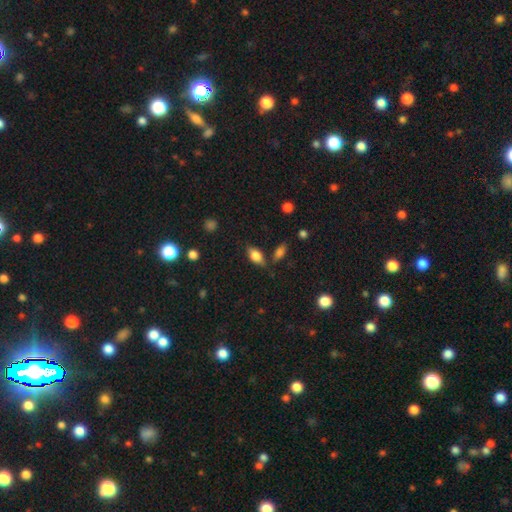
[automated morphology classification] A smooth galaxy with no disk features (77%) that is in between round and cigar-shaped (88%). Merging: none (70%).